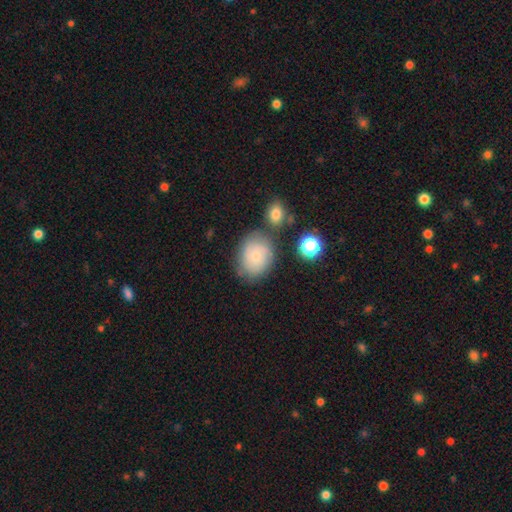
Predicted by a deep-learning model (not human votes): This is possibly a smooth galaxy (58%). How rounded: possibly round (54%). Merging: likely none (67%).